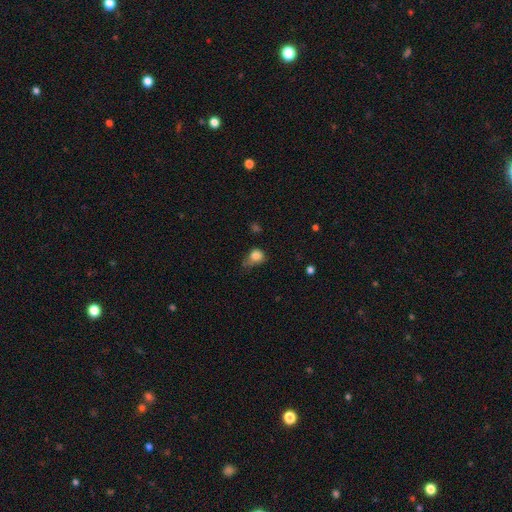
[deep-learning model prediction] Smooth or featured: smooth — 81% (star or artifact — 11%)
How rounded: round — 61% (in between — 37%)
Merging: minor disturbance — 39% (none — 32%)